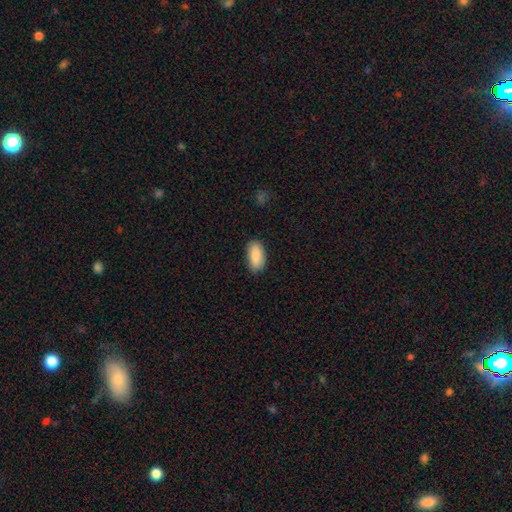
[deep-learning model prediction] The model was most divided on "merging": none: 83%, minor disturbance: 13%, major disturbance: 2%, merger: 1%. More confident: how rounded — in between (92%); smooth or featured — smooth (88%).